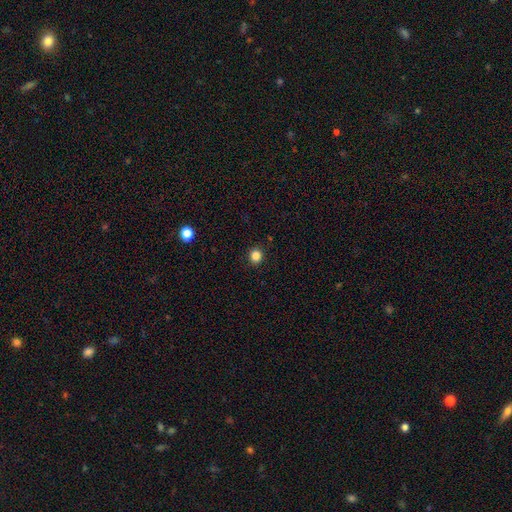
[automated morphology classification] smooth-or-featured: smooth: 84% | star or artifact: 12% | featured or disk: 4%
  how-rounded: round: 87% | in between: 13% | cigar-shaped: 1%
  merging: none: 92% | minor disturbance: 6% | major disturbance: 2% | merger: 1%